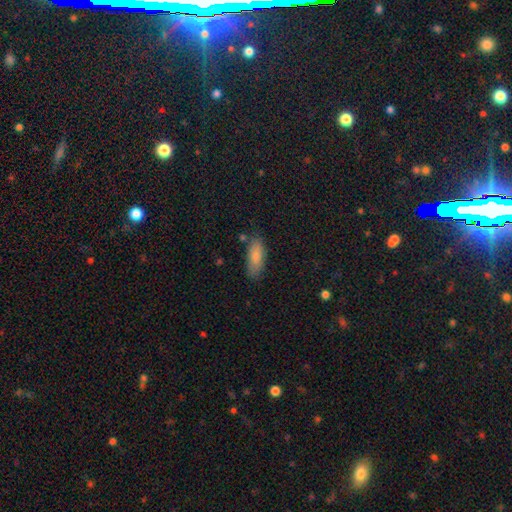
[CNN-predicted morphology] smooth_or_featured: smooth (p=0.83) [alt: featured or disk p=0.11]
how_rounded: in between (p=0.75) [alt: cigar-shaped p=0.23]
merging: none (p=0.77) [alt: minor disturbance p=0.16]